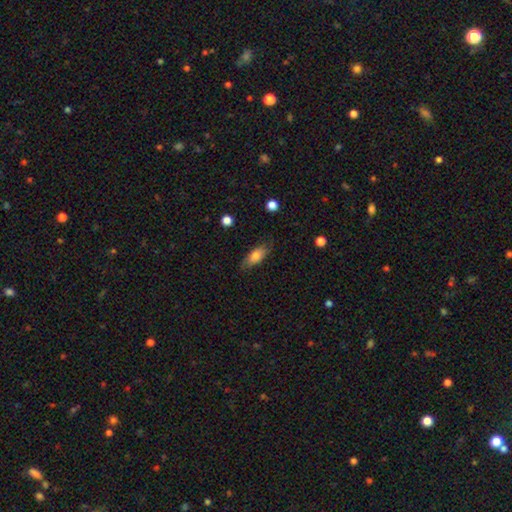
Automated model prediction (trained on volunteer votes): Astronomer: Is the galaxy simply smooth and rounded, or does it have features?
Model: smooth — 74%.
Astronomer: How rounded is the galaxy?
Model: in between — 78%.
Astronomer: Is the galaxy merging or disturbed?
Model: none — 77%.